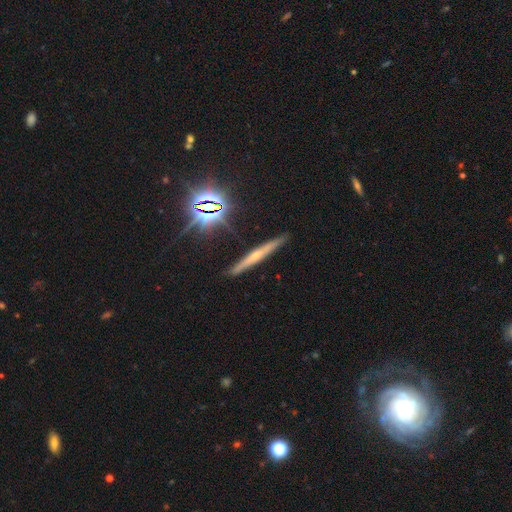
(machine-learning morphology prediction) The model was most divided on "smooth or featured": featured or disk: 54%, smooth: 30%, star or artifact: 16%. More confident: edge-on disk — yes (95%); merging — none (88%); edge-on bulge — rounded (62%).